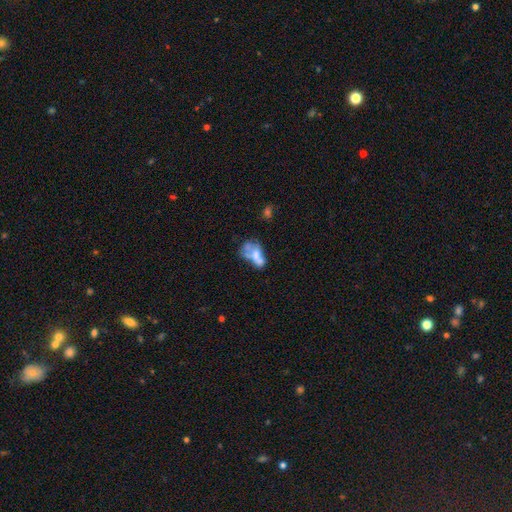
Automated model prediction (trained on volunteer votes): A featured or disk galaxy (47%). Merging: merger (45%).